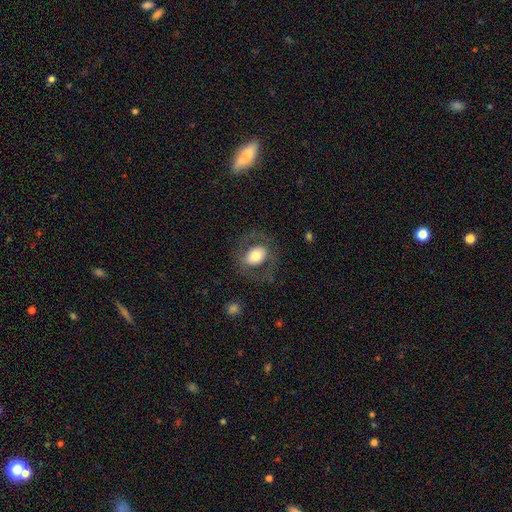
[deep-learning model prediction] smooth 58%, featured or disk 34%, star or artifact 7%. Down the decision tree: how rounded — in between (67%); merging — none (72%).